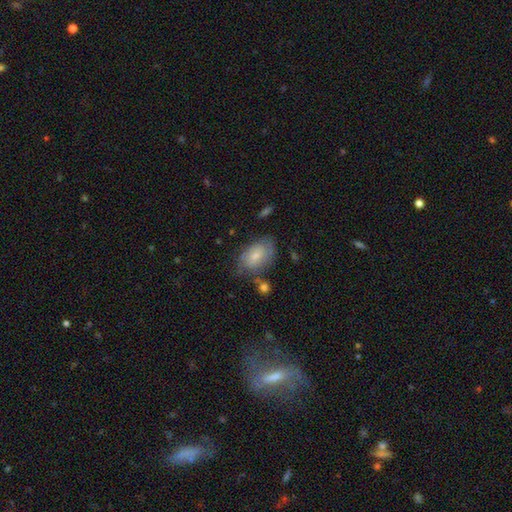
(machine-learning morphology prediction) smooth-or-featured: smooth: 47% | featured or disk: 45% | star or artifact: 7%
  merging: none: 64% | minor disturbance: 23% | major disturbance: 8% | merger: 4%